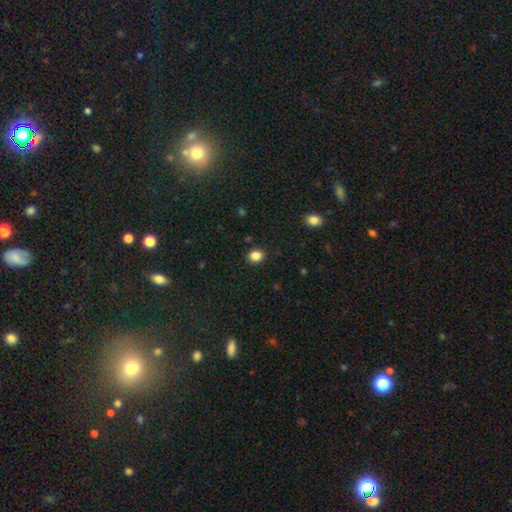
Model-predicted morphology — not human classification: The model was most divided on "how rounded": round: 56%, in between: 44%, cigar-shaped: 1%. More confident: merging — none (90%); smooth or featured — smooth (86%).